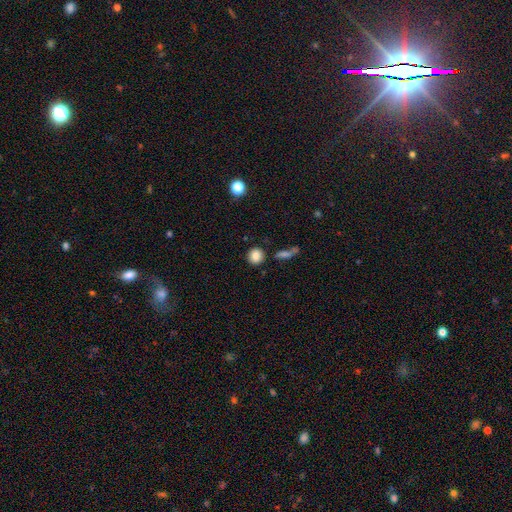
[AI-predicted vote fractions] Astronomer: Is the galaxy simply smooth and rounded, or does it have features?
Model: smooth — 85%.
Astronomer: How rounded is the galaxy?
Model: round — 88%.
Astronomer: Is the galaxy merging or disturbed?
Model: none — 84%.